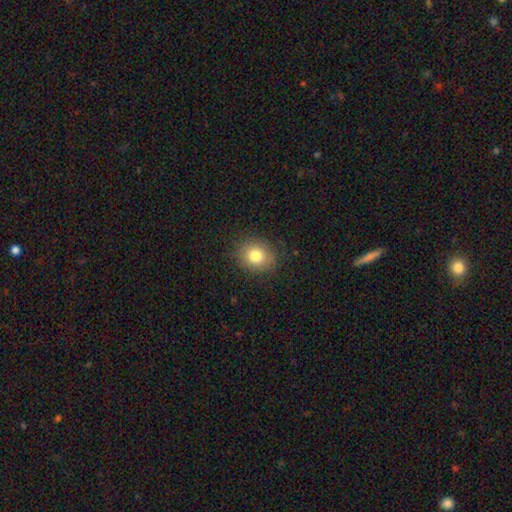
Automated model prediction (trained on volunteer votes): Q: Smooth or featured?
A: smooth (80%); runner-up: star or artifact (11%)
Q: How rounded?
A: round (66%); runner-up: in between (33%)
Q: Merging?
A: none (86%); runner-up: minor disturbance (10%)